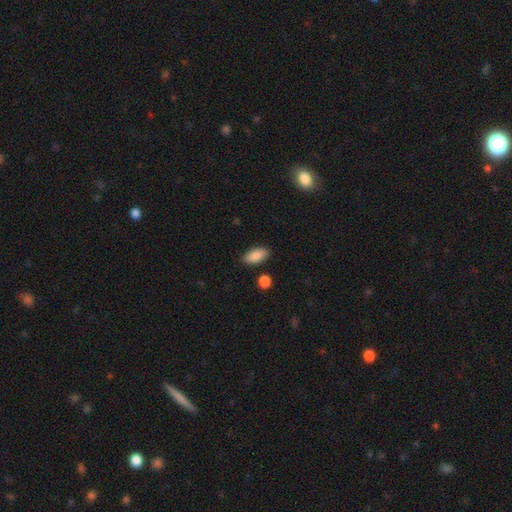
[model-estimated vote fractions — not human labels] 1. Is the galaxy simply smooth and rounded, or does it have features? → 88% smooth, 7% star or artifact, 6% featured or disk.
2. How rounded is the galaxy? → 91% in between, 5% cigar-shaped, 3% round.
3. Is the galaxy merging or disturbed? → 86% none, 9% minor disturbance, 3% merger, 2% major disturbance.